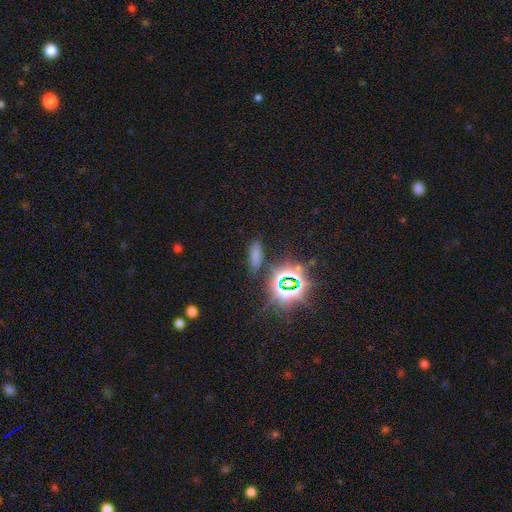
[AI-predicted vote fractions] smooth_or_featured: smooth (p=0.56) [alt: star or artifact p=0.36]
how_rounded: in between (p=0.55) [alt: cigar-shaped p=0.40]
merging: none (p=0.79) [alt: minor disturbance p=0.12]